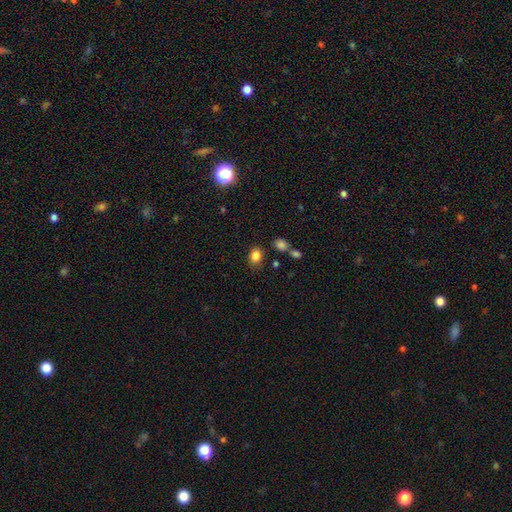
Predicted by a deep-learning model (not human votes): Q: Smooth or featured?
A: smooth (84%); runner-up: star or artifact (11%)
Q: How rounded?
A: in between (60%); runner-up: round (39%)
Q: Merging?
A: none (73%); runner-up: minor disturbance (17%)